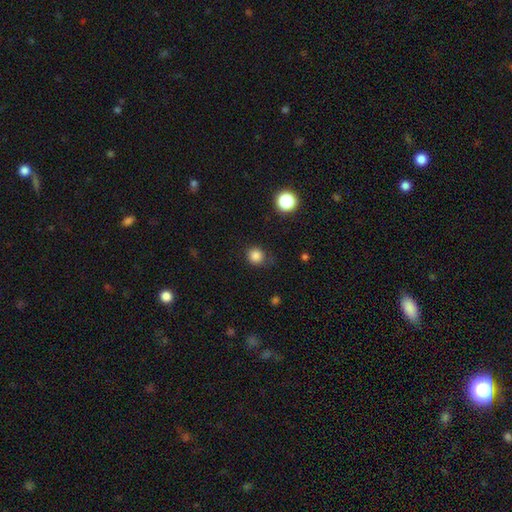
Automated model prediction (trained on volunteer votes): This appears to be a smooth galaxy with no disk features (84%) that is round (89%). Merging: none (78%).